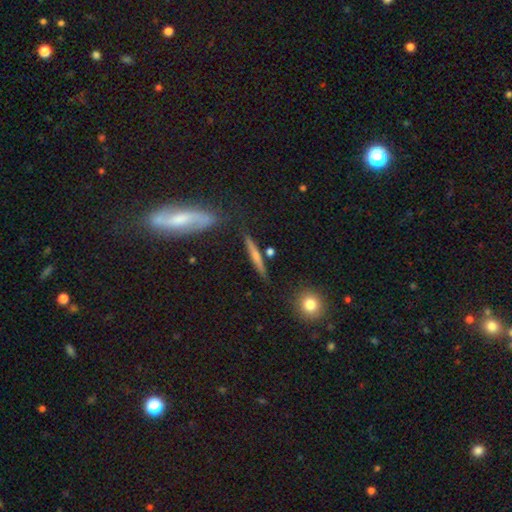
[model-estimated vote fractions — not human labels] smooth 52%, featured or disk 40%, star or artifact 8%. Down the decision tree: how rounded — cigar-shaped (90%); merging — none (80%).